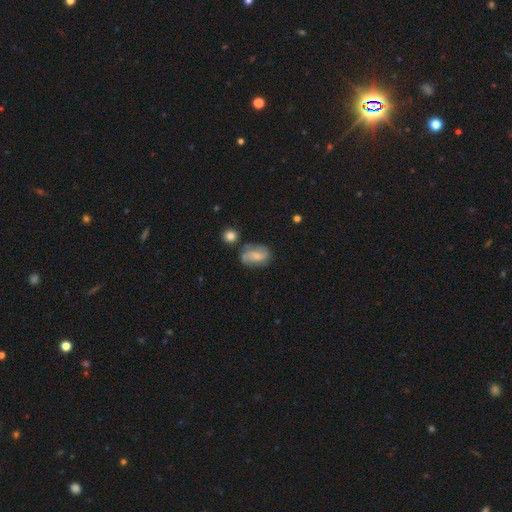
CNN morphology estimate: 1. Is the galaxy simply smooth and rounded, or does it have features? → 50% featured or disk, 42% smooth, 8% star or artifact.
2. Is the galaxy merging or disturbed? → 61% none, 23% minor disturbance, 8% major disturbance, 7% merger.